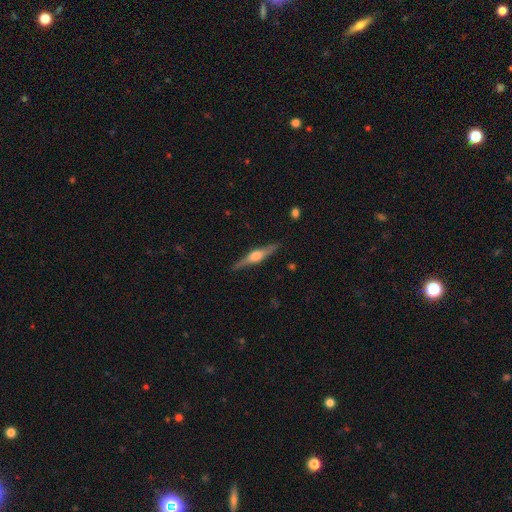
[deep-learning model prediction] Smooth or featured? Predicted: featured or disk (p=0.75). Edge-on disk? Predicted: yes (p=0.98). Edge-on bulge? Predicted: rounded (p=0.90). Merging? Predicted: none (p=0.88).